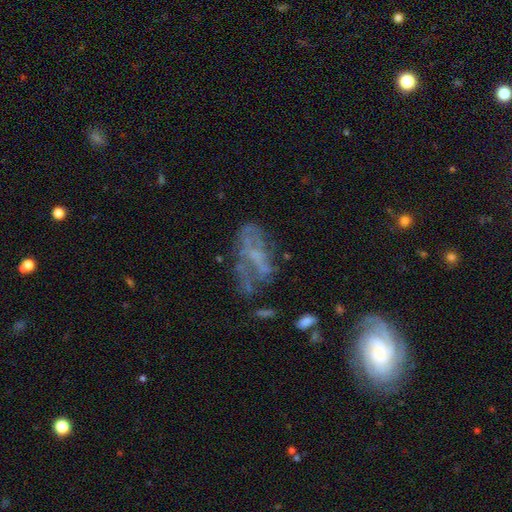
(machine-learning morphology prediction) A featured or disk galaxy (60%) with no bar (65%), no spiral arms (62%) and no central bulge (52%).

Vote fractions:
- Smooth or featured? featured or disk: 60% / smooth: 25% / star or artifact: 15%
- Edge-on disk? no: 93% / yes: 7%
- Bar? no: 65% / weak: 26% / strong: 9%
- Spiral arms? no: 62% / yes: 38%
- Bulge size? none: 52% / small: 30% / moderate: 14% / large: 2% / dominant: 1%
- Merging? none: 40% / major disturbance: 30% / minor disturbance: 22% / merger: 8%